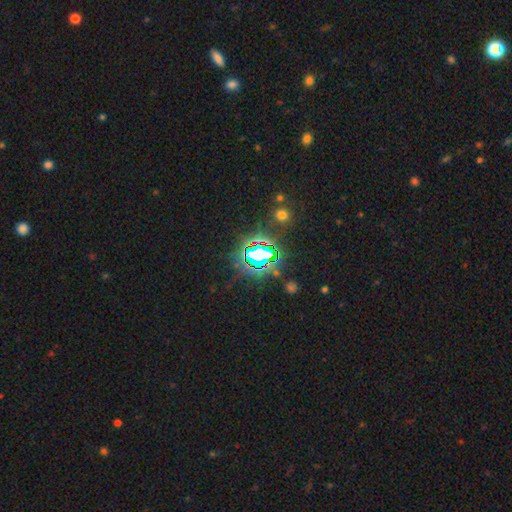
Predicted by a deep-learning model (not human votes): This is likely a star or artifact rather than a galaxy (77%).